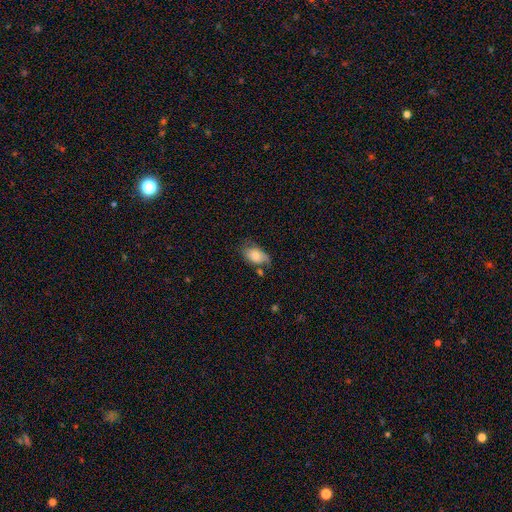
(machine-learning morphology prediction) smooth-or-featured: smooth: 77% | featured or disk: 16% | star or artifact: 7%
  how-rounded: in between: 90% | round: 8% | cigar-shaped: 2%
  merging: none: 50% | minor disturbance: 34% | major disturbance: 10% | merger: 7%